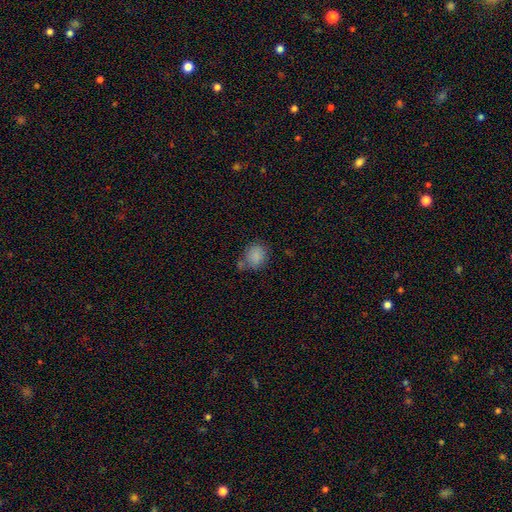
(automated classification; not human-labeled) Smooth or featured? smooth (86%)
How rounded? round (66%)
Merging? none (62%)